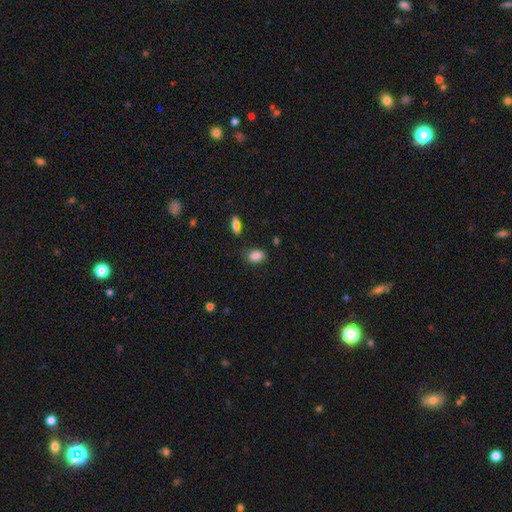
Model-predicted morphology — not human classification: Smooth or featured? Predicted: smooth (p=0.85). How rounded? Predicted: in between (p=0.82). Merging? Predicted: none (p=0.79).